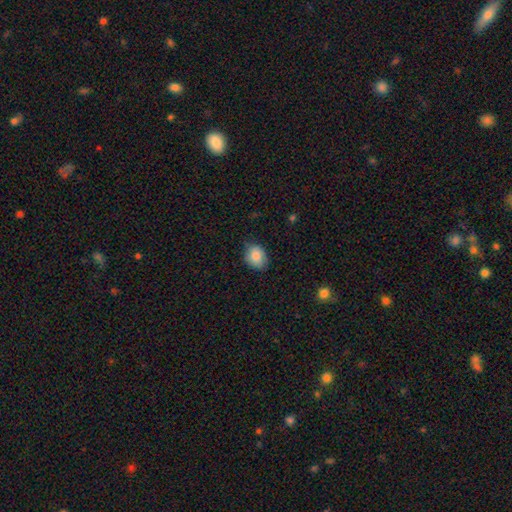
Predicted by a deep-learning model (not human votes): A smooth galaxy with no disk features (84%) that is in between round and cigar-shaped (56%). Merging: none (73%).